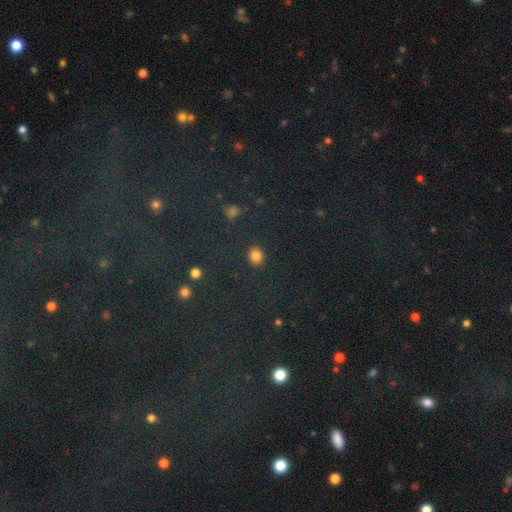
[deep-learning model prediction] The model was most divided on "how rounded": round: 64%, in between: 35%, cigar-shaped: 1%. More confident: merging — none (89%); smooth or featured — smooth (82%).